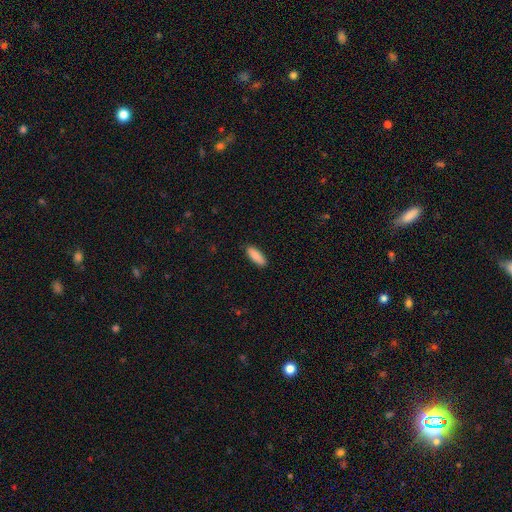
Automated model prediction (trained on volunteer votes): Smooth or featured? Predicted: smooth (p=0.90). How rounded? Predicted: in between (p=0.62). Merging? Predicted: none (p=0.89).